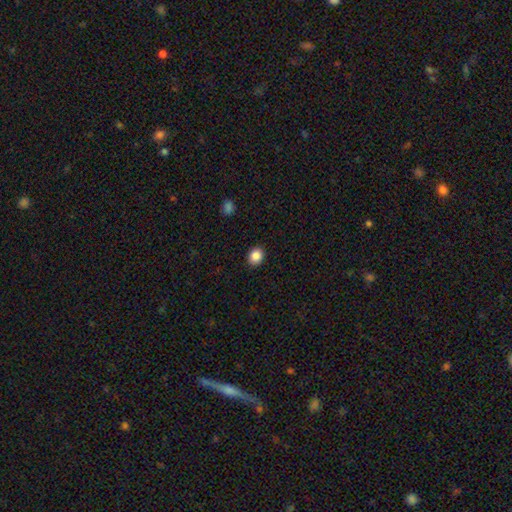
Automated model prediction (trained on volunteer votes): Overall: smooth (87%). How rounded: round (61%; in between 38%). Merging: none (90%).